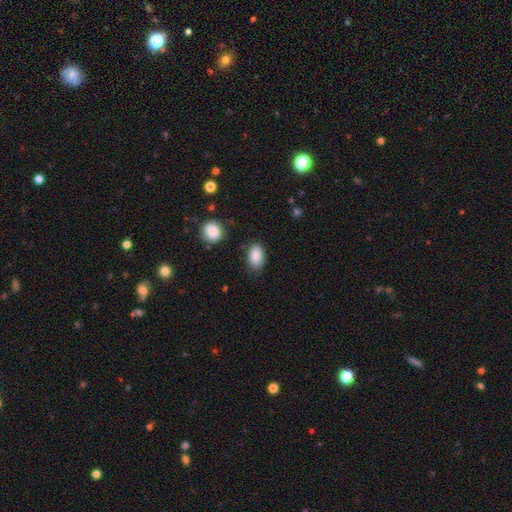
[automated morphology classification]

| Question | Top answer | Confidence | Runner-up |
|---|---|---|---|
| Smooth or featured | smooth | 86% | star or artifact (7%) |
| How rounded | in between | 90% | round (9%) |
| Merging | none | 82% | minor disturbance (13%) |